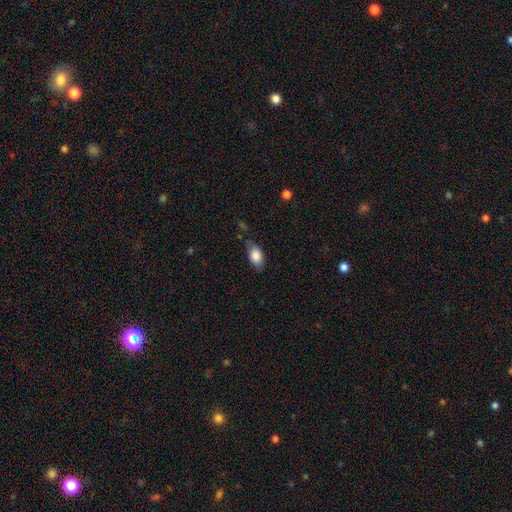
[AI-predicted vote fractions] A smooth galaxy with no disk features (81%) that is in between round and cigar-shaped (89%). Merging: none (60%).